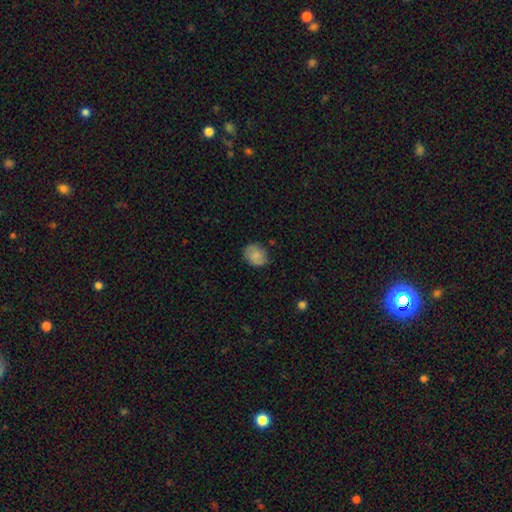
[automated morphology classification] Smooth or featured?
  - smooth: 78% *
  - featured or disk: 15%
  - star or artifact: 8%
How rounded?
  - round: 56% *
  - in between: 44%
  - cigar-shaped: 1%
Merging?
  - none: 77% *
  - minor disturbance: 18%
  - major disturbance: 4%
  - merger: 1%